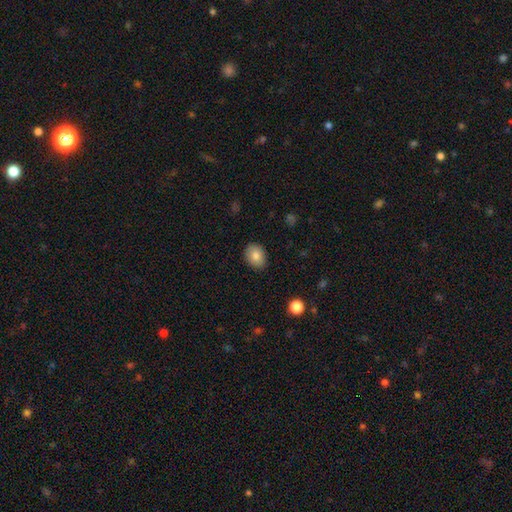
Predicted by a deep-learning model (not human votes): This is clearly a smooth galaxy (82%). How rounded: likely in between (62%). Merging: clearly none (87%).